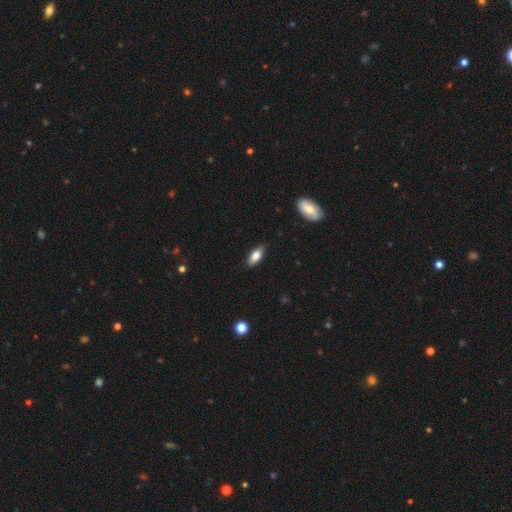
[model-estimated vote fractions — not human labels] Smooth or featured: smooth — 77% (featured or disk — 16%)
How rounded: in between — 81% (cigar-shaped — 16%)
Merging: none — 85% (minor disturbance — 12%)